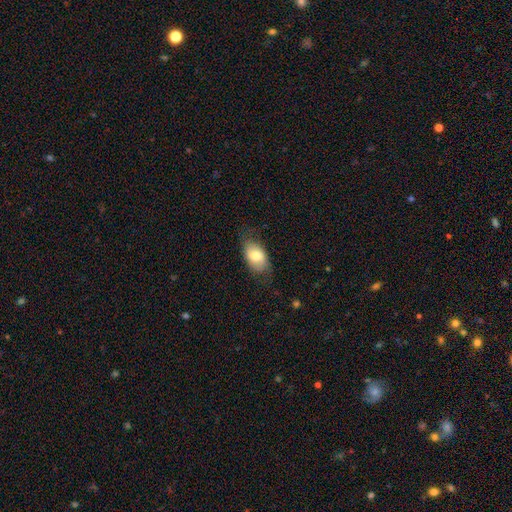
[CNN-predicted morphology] Overall: smooth (73%). How rounded: in between (89%). Merging: none (68%).